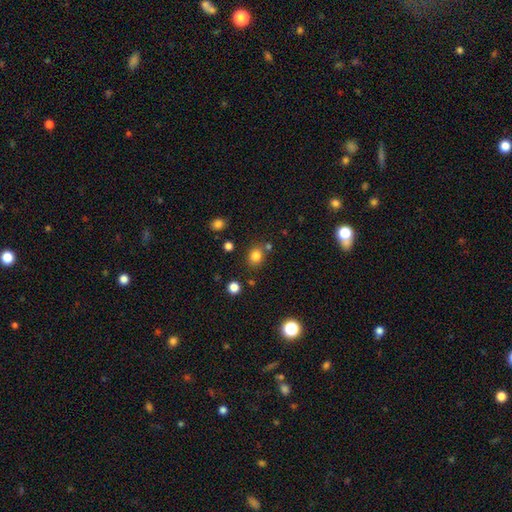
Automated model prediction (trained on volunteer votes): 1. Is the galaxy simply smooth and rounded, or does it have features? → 81% smooth, 14% star or artifact, 6% featured or disk.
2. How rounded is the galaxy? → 69% round, 30% in between, 1% cigar-shaped.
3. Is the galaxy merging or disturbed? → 76% none, 11% minor disturbance, 10% merger, 4% major disturbance.